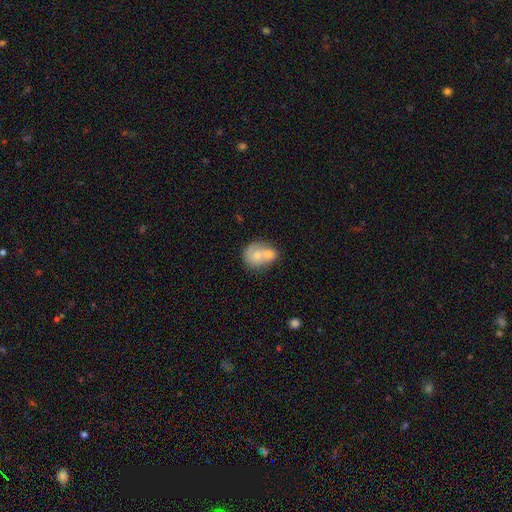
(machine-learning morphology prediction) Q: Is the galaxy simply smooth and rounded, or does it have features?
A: smooth — 57%.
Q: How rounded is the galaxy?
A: round — 53%.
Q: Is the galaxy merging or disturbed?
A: merger — 68%.